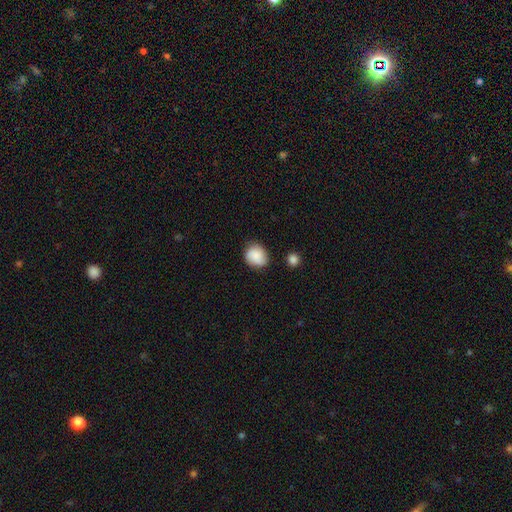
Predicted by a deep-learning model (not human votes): A smooth galaxy with no disk features (81%) that is round (69%).

Vote fractions:
- Smooth or featured? smooth: 81% / featured or disk: 11% / star or artifact: 8%
- How rounded? round: 69% / in between: 31% / cigar-shaped: 1%
- Merging? none: 73% / minor disturbance: 19% / major disturbance: 4% / merger: 3%